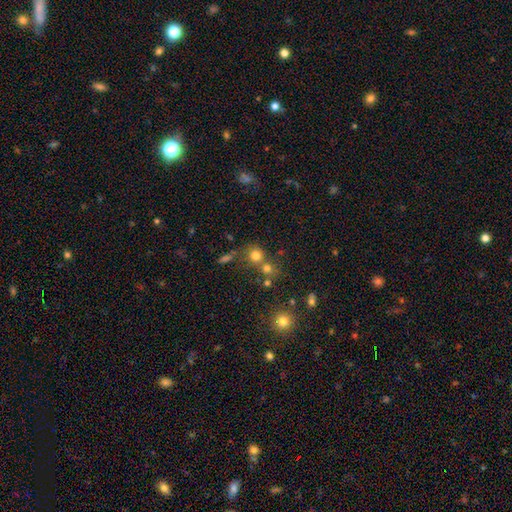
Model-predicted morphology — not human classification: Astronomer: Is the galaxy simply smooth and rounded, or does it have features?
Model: smooth — 74%.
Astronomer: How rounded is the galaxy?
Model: round — 87%.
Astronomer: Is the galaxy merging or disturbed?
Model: none — 55% (runner-up: merger, 32%).